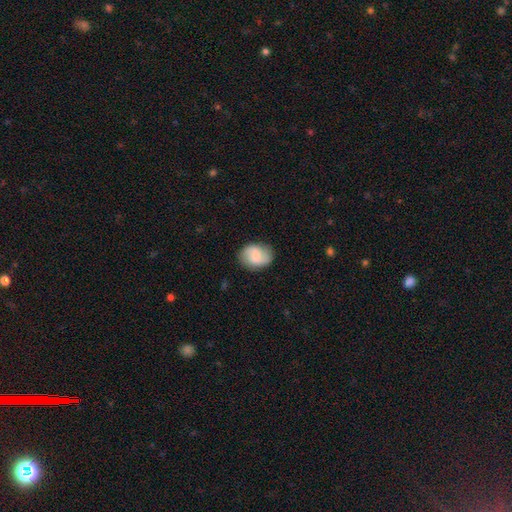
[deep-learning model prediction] A smooth galaxy with no disk features (56%) that is in between round and cigar-shaped (59%). Merging: none (79%).